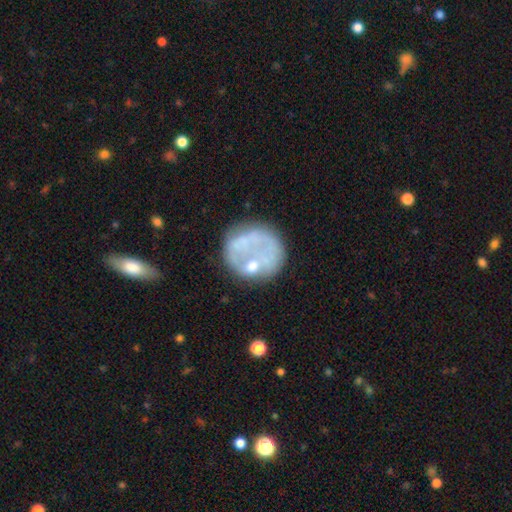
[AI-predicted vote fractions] Smooth or featured? Predicted: featured or disk (p=0.47). Merging? Predicted: none (p=0.53).